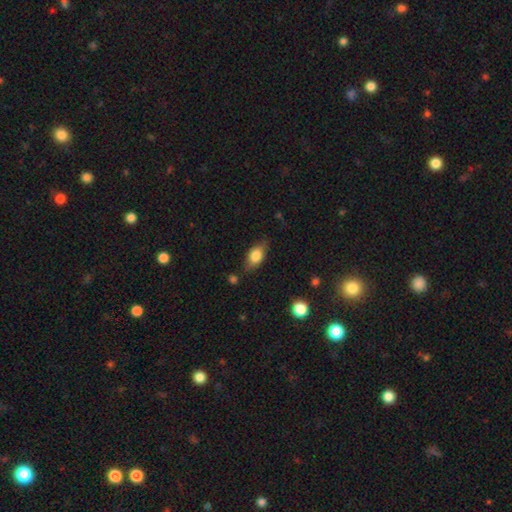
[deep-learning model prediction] Smooth or featured? smooth (77%)
How rounded? in between (85%)
Merging? none (72%)